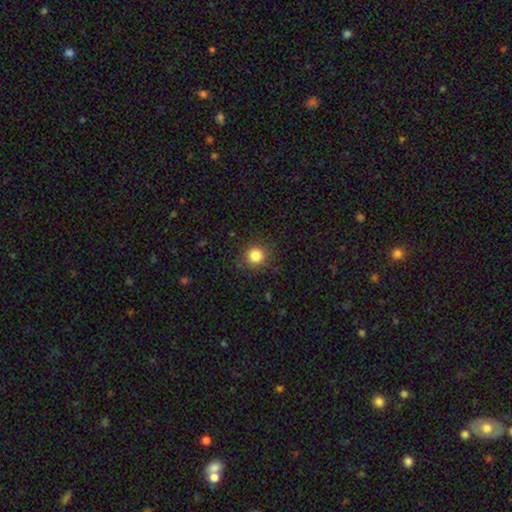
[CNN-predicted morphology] type=smooth (83%); roundness=round (92%); merging=none (87%).